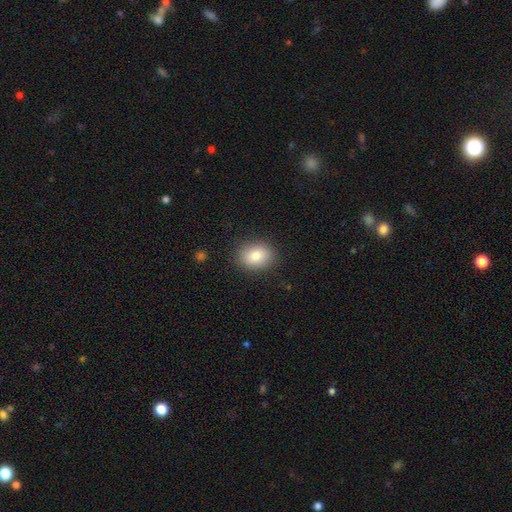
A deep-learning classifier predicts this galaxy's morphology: Smooth or featured: smooth — 85% (star or artifact — 8%)
How rounded: in between — 61% (round — 38%)
Merging: none — 88% (minor disturbance — 9%)